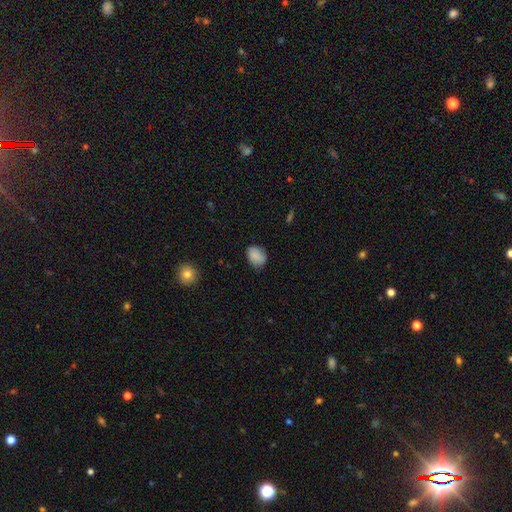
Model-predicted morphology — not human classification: The model was most divided on "how rounded": in between: 64%, round: 35%, cigar-shaped: 1%. More confident: smooth or featured — smooth (86%); merging — none (77%).